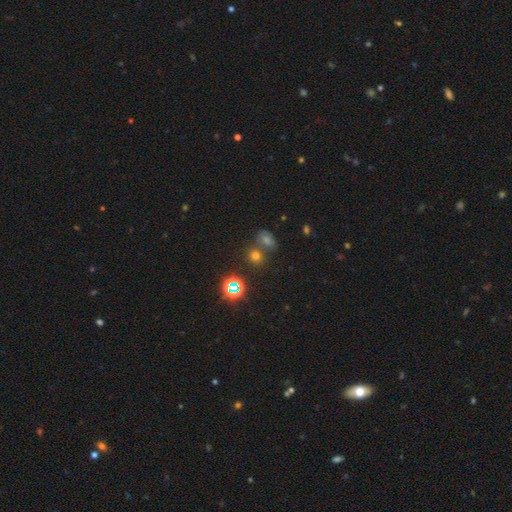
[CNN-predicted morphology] Smooth or featured? smooth (49%)
Merging? none (53%)